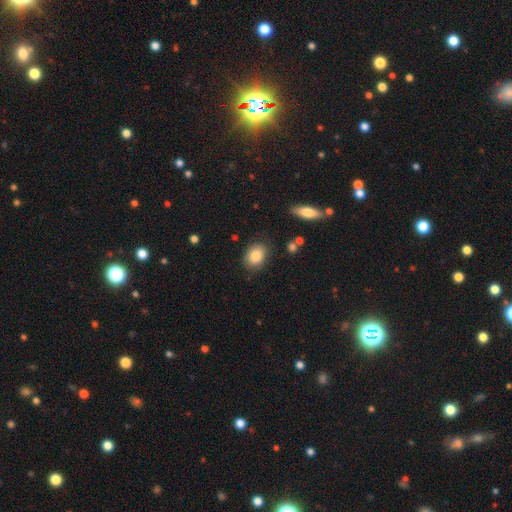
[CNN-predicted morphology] Smooth or featured: smooth — 84% (featured or disk — 8%)
How rounded: in between — 68% (round — 31%)
Merging: none — 83% (minor disturbance — 12%)